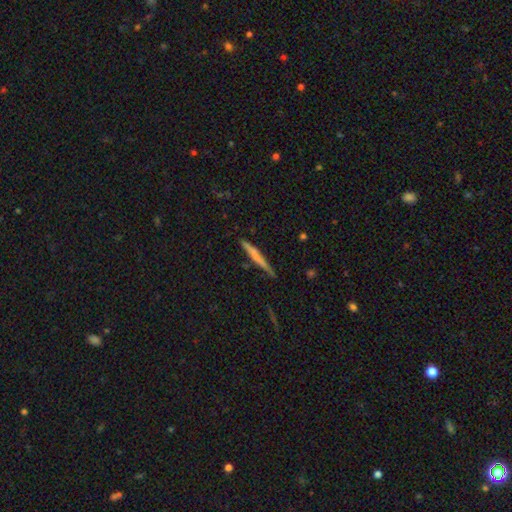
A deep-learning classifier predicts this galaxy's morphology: Smooth or featured: smooth — 54% (featured or disk — 39%)
How rounded: cigar-shaped — 95% (in between — 3%)
Merging: none — 82% (minor disturbance — 13%)